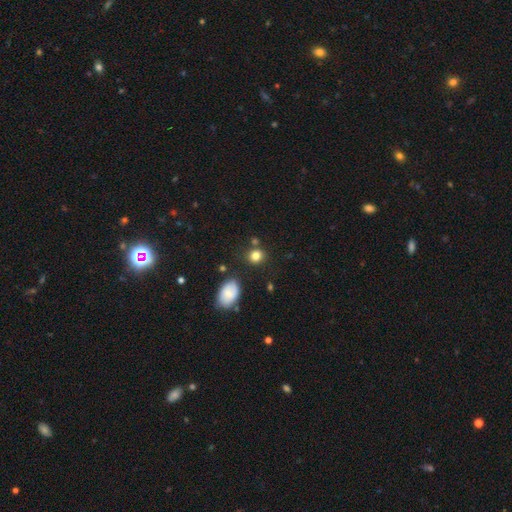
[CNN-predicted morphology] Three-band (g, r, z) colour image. It shows a smooth galaxy with no disk features (83%) that is round (76%). Merging: none (77%).